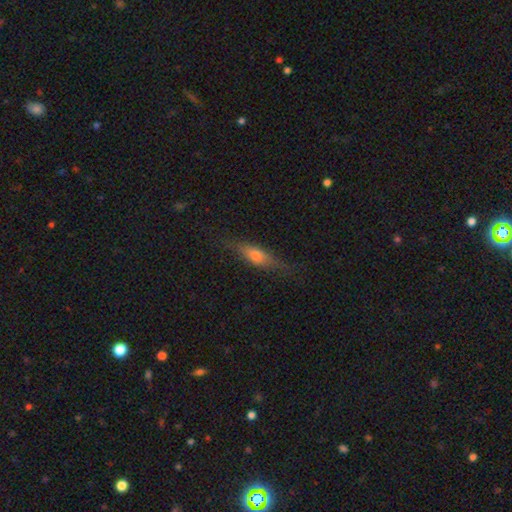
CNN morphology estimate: A smooth galaxy with no disk features (51%) that is cigar-shaped (58%).

Vote fractions:
- Smooth or featured? smooth: 51% / featured or disk: 41% / star or artifact: 8%
- How rounded? cigar-shaped: 58% / in between: 38% / round: 4%
- Merging? none: 77% / minor disturbance: 16% / major disturbance: 5% / merger: 1%